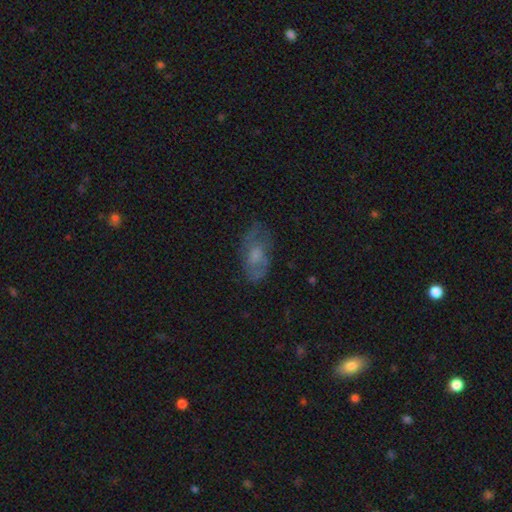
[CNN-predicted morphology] Smooth or featured: featured or disk — 46% (smooth — 43%)
Merging: none — 65% (minor disturbance — 22%)